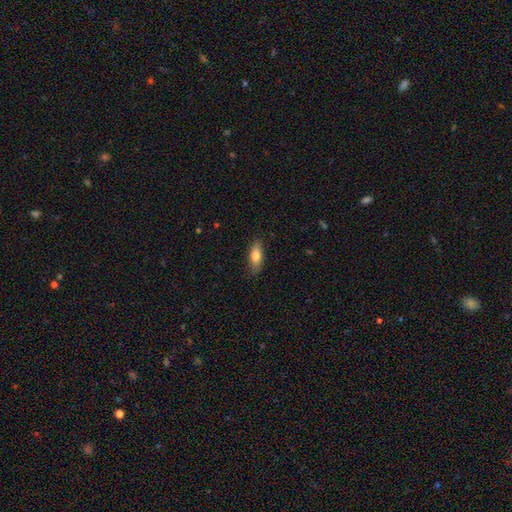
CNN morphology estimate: Smooth or featured? Predicted: smooth (p=0.78). How rounded? Predicted: in between (p=0.73). Merging? Predicted: none (p=0.83).